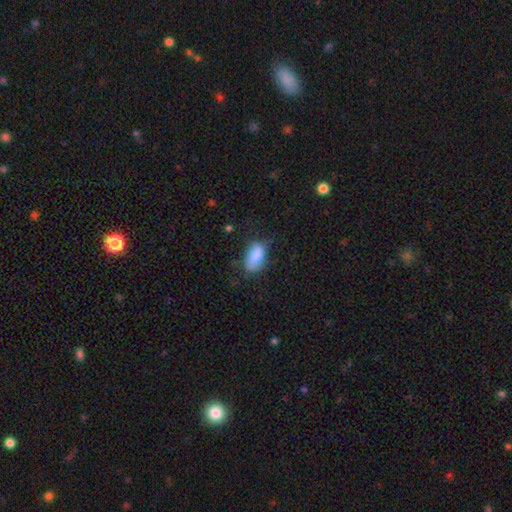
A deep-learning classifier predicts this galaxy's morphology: smooth_or_featured: smooth (p=0.80) [alt: featured or disk p=0.12]
how_rounded: in between (p=0.91) [alt: round p=0.05]
merging: none (p=0.52) [alt: minor disturbance p=0.33]